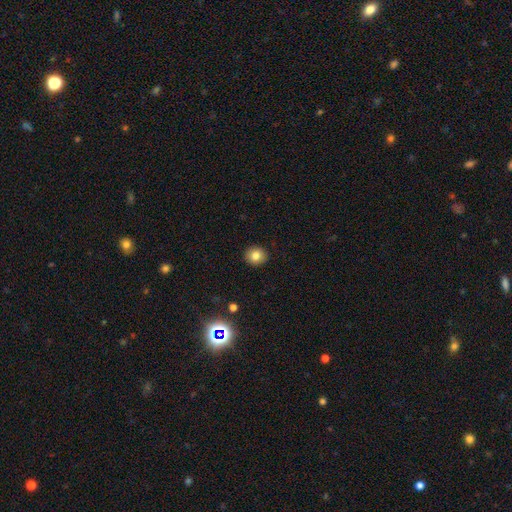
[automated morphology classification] Smooth or featured? smooth (81%)
How rounded? round (82%)
Merging? none (92%)